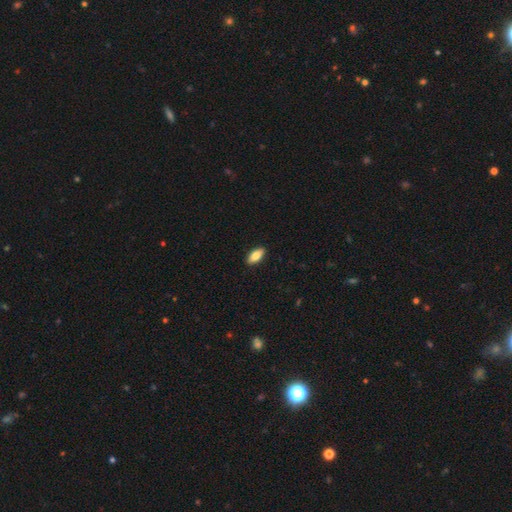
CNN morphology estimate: A smooth galaxy with no disk features (83%) that is in between round and cigar-shaped (85%). Merging: none (90%).